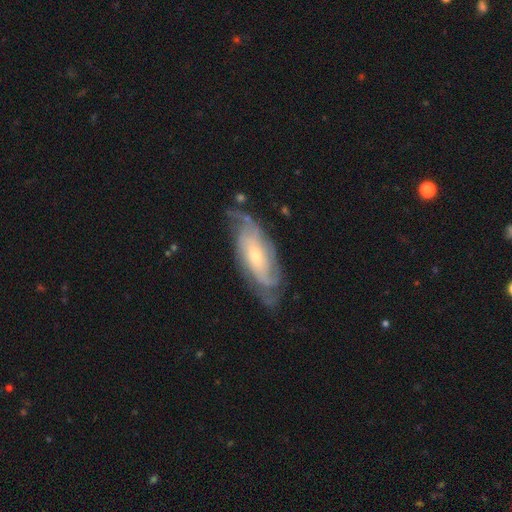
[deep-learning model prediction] Morphology: type=featured or disk (82%); edge-on=no (89%); bar=no (63%); spiral arms=yes (93%); winding=tight (53%); arm count=can't tell (37%); bulge=small (59%); merging=none (68%).